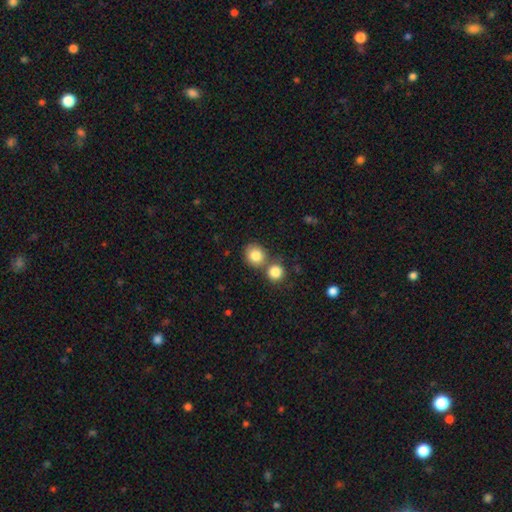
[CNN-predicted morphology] Smooth or featured? smooth (83%)
How rounded? round (79%)
Merging? none (55%)